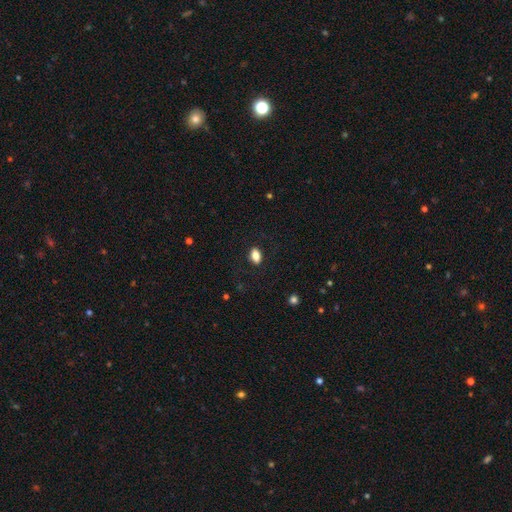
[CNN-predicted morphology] This appears to be a smooth galaxy with no disk features (84%) that is in between round and cigar-shaped (87%). Merging: none (86%).